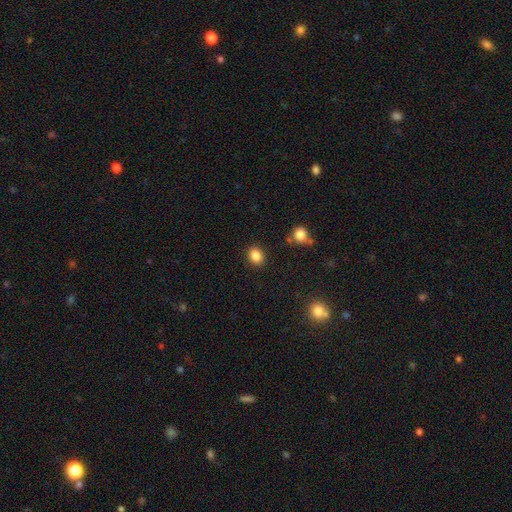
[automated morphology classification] A smooth galaxy with no disk features (86%) that is in between round and cigar-shaped (56%). Merging: none (87%).